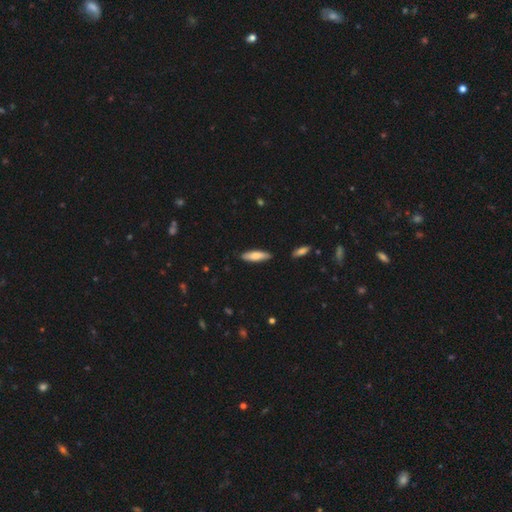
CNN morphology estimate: type=smooth (75%); roundness=cigar-shaped (59%); merging=none (86%).